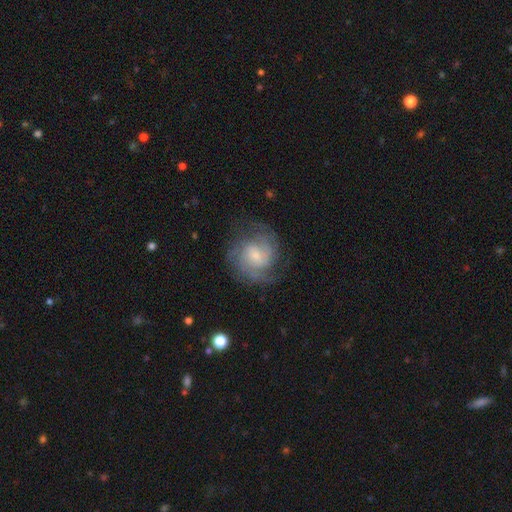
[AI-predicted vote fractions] This is likely a featured or disk galaxy (78%). It is clearly not viewed edge-on (98%). Bar: possibly no (49%). Spiral arm pattern: clearly yes (94%). Spiral arm count: marginally 2 (40%). Spiral winding: marginally tight (44%). Central bulge: possibly small (52%). Merging: likely none (71%).